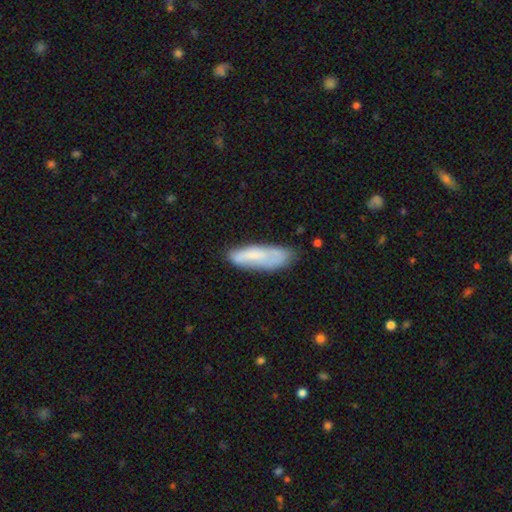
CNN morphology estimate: This is likely a smooth galaxy (68%). How rounded: possibly cigar-shaped (50%). Merging: likely none (62%).